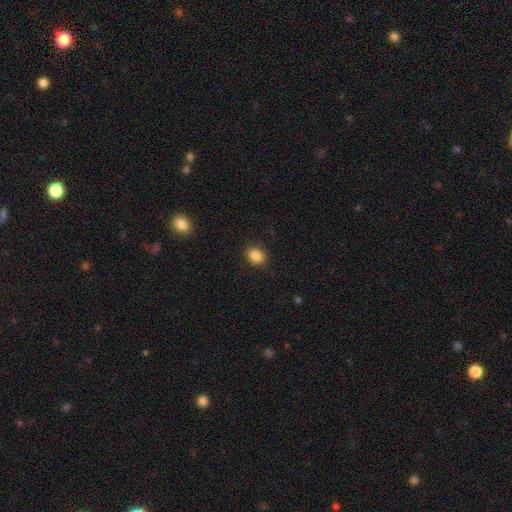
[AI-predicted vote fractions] smooth_or_featured: smooth (p=0.87) [alt: star or artifact p=0.09]
how_rounded: in between (p=0.50) [alt: round p=0.49]
merging: none (p=0.89) [alt: minor disturbance p=0.08]